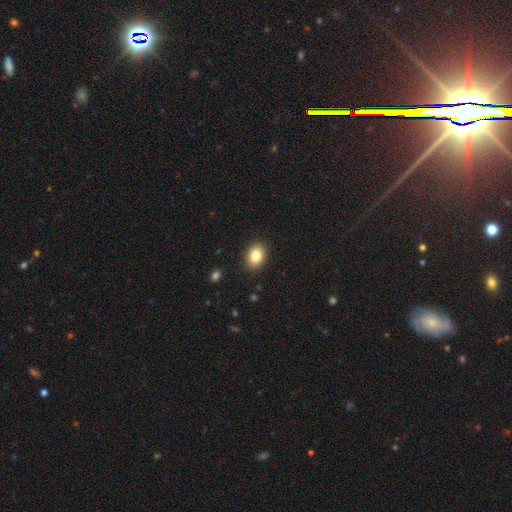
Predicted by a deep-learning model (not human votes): Smooth or featured? Predicted: smooth (p=0.83). How rounded? Predicted: in between (p=0.71). Merging? Predicted: none (p=0.89).